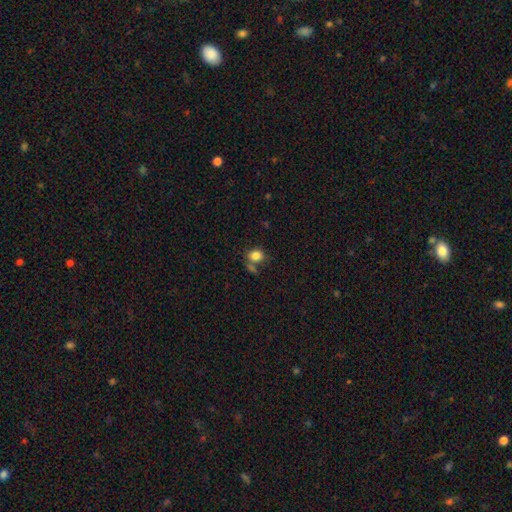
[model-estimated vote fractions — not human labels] Morphology: type=smooth (82%); roundness=round (52%); merging=none (57%).